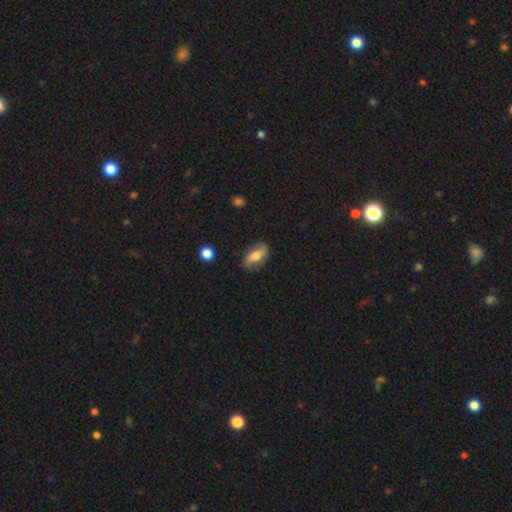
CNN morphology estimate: A smooth galaxy with no disk features (50%) that is in between round and cigar-shaped (82%).

Vote fractions:
- Smooth or featured? smooth: 50% / featured or disk: 42% / star or artifact: 7%
- How rounded? in between: 82% / cigar-shaped: 12% / round: 7%
- Merging? none: 78% / minor disturbance: 16% / major disturbance: 4% / merger: 2%